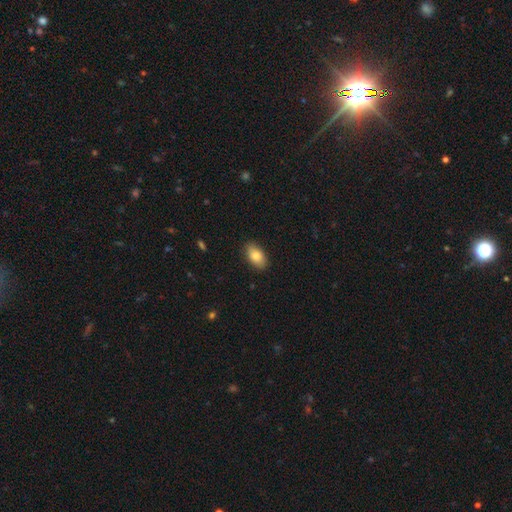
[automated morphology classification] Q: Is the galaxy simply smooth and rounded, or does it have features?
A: smooth — 83%.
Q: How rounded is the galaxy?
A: in between — 91%.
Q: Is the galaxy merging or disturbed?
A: none — 87%.